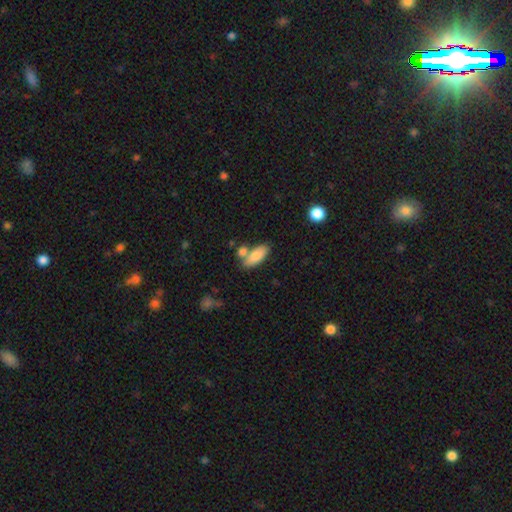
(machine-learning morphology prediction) smooth_or_featured: smooth (p=0.82) [alt: featured or disk p=0.12]
how_rounded: in between (p=0.78) [alt: cigar-shaped p=0.19]
merging: none (p=0.57) [alt: merger p=0.26]